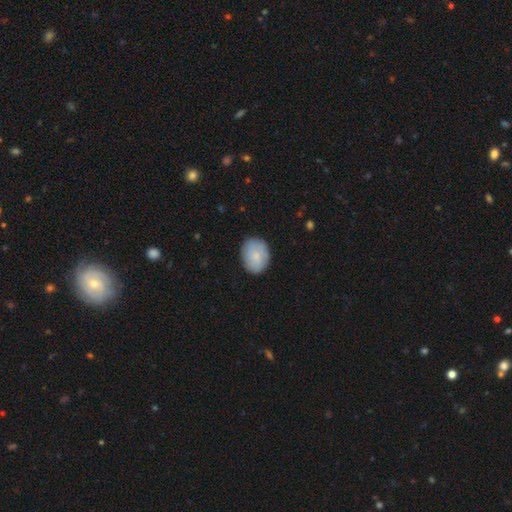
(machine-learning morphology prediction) type=smooth (78%); roundness=in between (58%); merging=none (83%).